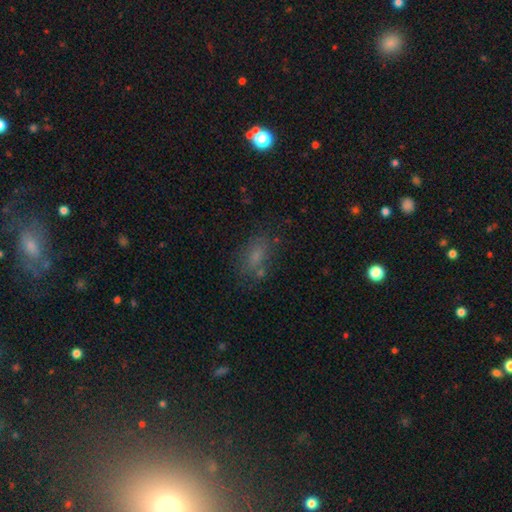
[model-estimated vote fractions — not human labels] A smooth galaxy with no disk features (63%) that is in between round and cigar-shaped (80%).

Vote fractions:
- Smooth or featured? smooth: 63% / star or artifact: 20% / featured or disk: 17%
- How rounded? in between: 80% / round: 13% / cigar-shaped: 7%
- Merging? none: 64% / minor disturbance: 18% / major disturbance: 11% / merger: 7%